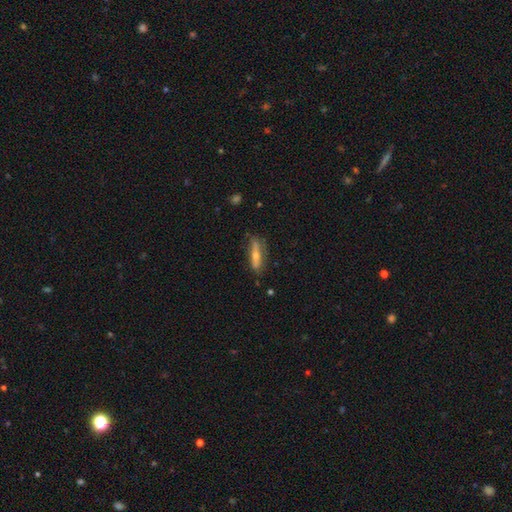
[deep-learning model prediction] This appears to be a featured or disk galaxy (51%) viewed edge-on (77%). Merging: none (75%).